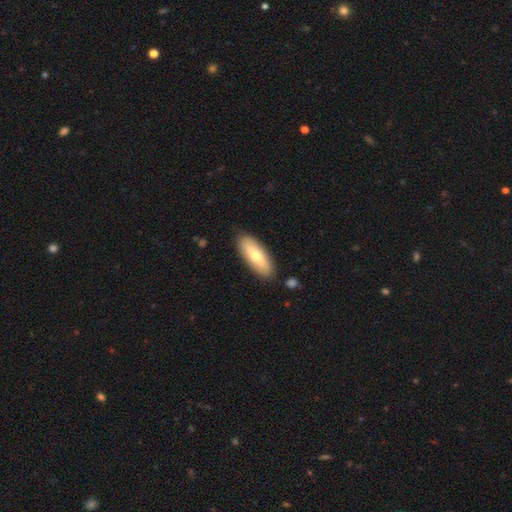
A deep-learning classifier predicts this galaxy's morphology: The model was most divided on "smooth or featured": smooth: 68%, featured or disk: 27%, star or artifact: 5%. More confident: merging — none (86%); how rounded — in between (71%).